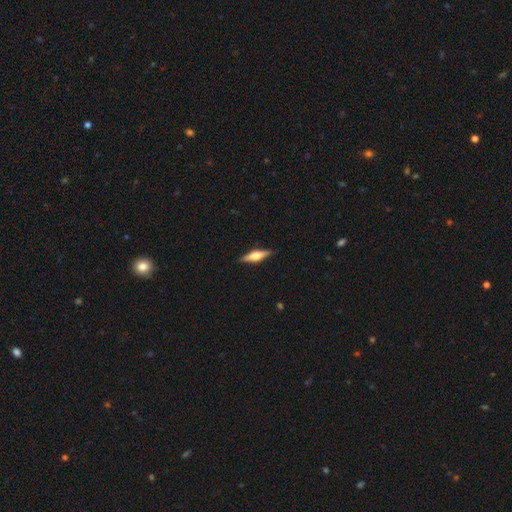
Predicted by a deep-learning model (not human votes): smooth_or_featured: featured or disk (p=0.60) [alt: smooth p=0.34]
disk_edge_on: yes (p=0.97) [alt: no p=0.03]
edge_on_bulge: rounded (p=0.91) [alt: boxy p=0.07]
merging: none (p=0.90) [alt: minor disturbance p=0.07]